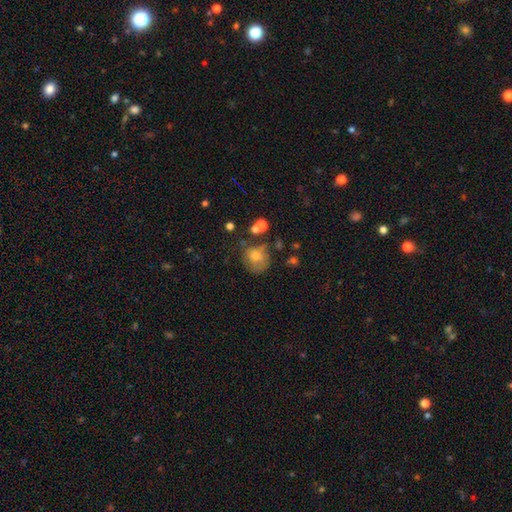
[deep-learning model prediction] smooth_or_featured: smooth (p=0.63) [alt: featured or disk p=0.24]
how_rounded: round (p=0.71) [alt: in between p=0.28]
merging: none (p=0.50) [alt: minor disturbance p=0.26]